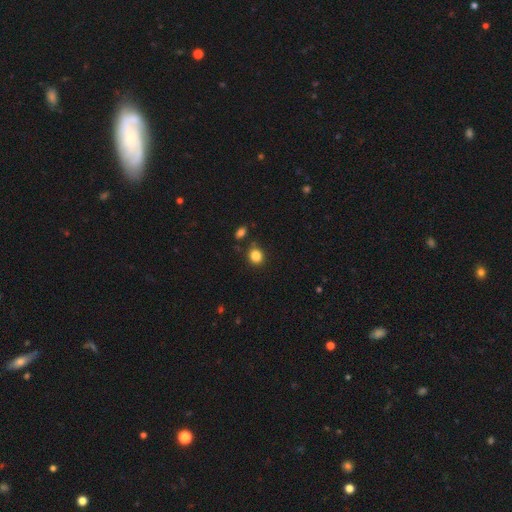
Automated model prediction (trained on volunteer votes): Smooth or featured: smooth — 85% (star or artifact — 11%)
How rounded: round — 72% (in between — 27%)
Merging: none — 82% (minor disturbance — 10%)